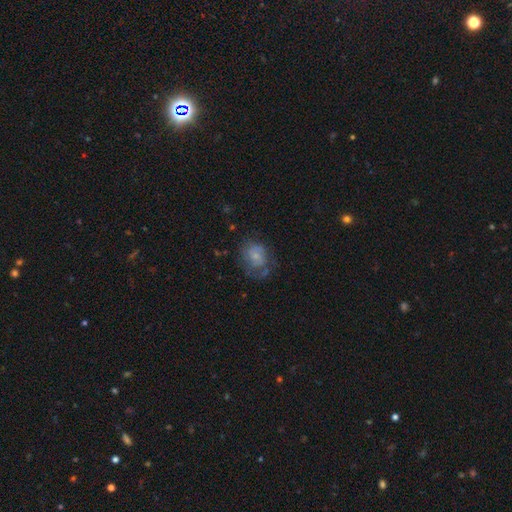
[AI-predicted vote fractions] smooth-or-featured: smooth: 48% | featured or disk: 42% | star or artifact: 10%
  merging: none: 45% | minor disturbance: 27% | major disturbance: 25% | merger: 3%